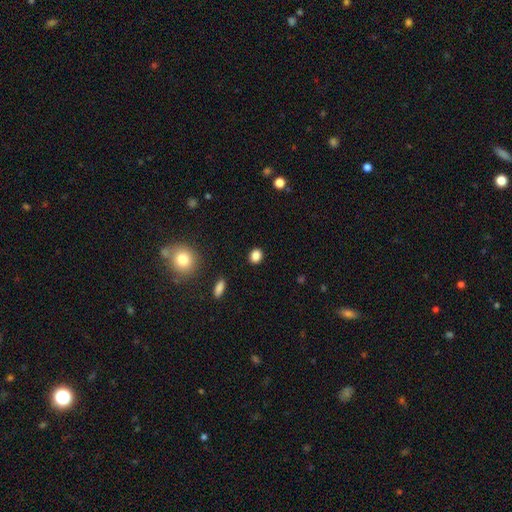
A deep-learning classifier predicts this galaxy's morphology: type=smooth (86%); roundness=round (57%); merging=none (89%).